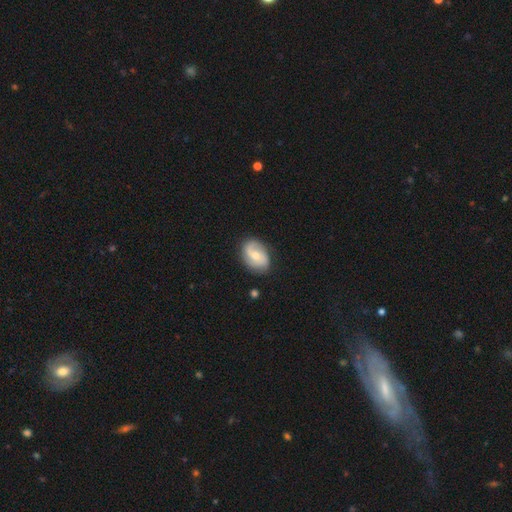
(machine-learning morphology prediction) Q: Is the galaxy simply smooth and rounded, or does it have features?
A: featured or disk — 63%.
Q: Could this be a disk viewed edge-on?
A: no — 97%.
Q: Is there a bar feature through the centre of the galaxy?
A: no — 54%.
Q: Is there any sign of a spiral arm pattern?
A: yes — 89%.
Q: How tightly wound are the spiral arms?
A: medium — 40%.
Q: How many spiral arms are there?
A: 2 — 74%.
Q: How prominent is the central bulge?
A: moderate — 52%.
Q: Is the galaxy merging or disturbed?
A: none — 78%.